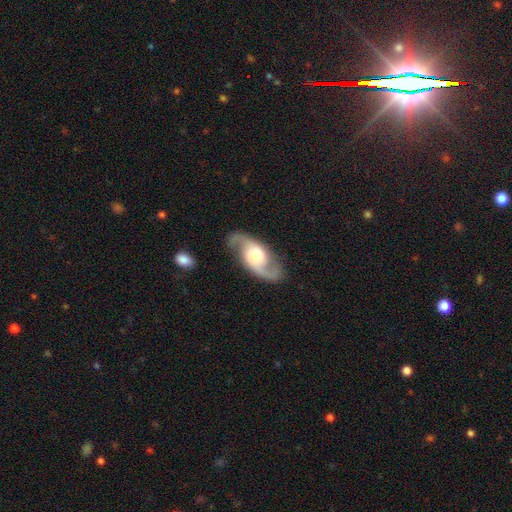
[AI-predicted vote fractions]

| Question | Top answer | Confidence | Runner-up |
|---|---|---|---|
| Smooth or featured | featured or disk | 89% | smooth (7%) |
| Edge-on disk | no | 95% | yes (5%) |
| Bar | no | 58% | weak (32%) |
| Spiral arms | yes | 97% | no (3%) |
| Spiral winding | loose | 49% | medium (42%) |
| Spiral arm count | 2 | 94% | can't tell (2%) |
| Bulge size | moderate | 53% | large (30%) |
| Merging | none | 83% | minor disturbance (11%) |